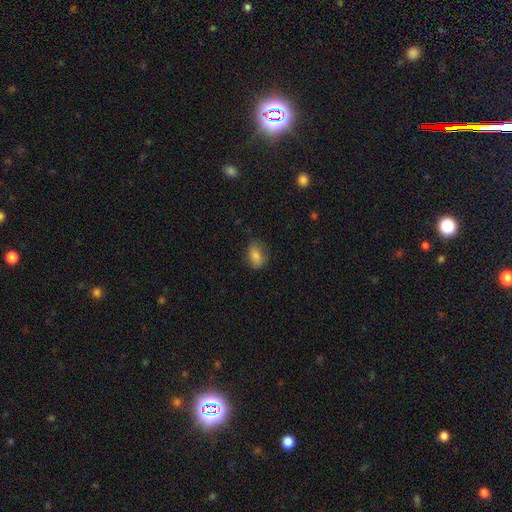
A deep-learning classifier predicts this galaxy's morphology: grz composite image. It shows a smooth galaxy with no disk features (81%) that is in between round and cigar-shaped (81%). Merging: none (73%).